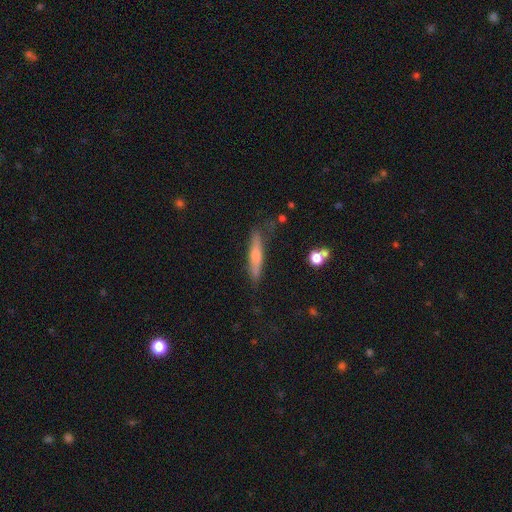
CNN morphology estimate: type=smooth (48%); merging=none (76%).